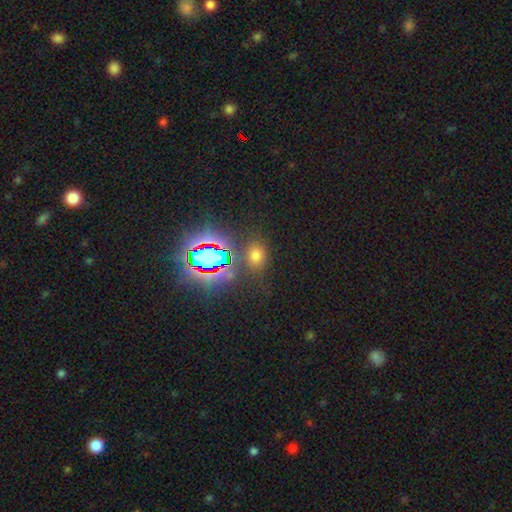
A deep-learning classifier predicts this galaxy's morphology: This appears to be a smooth galaxy with no disk features (54%) that is in between round and cigar-shaped (57%). Merging: none (81%).